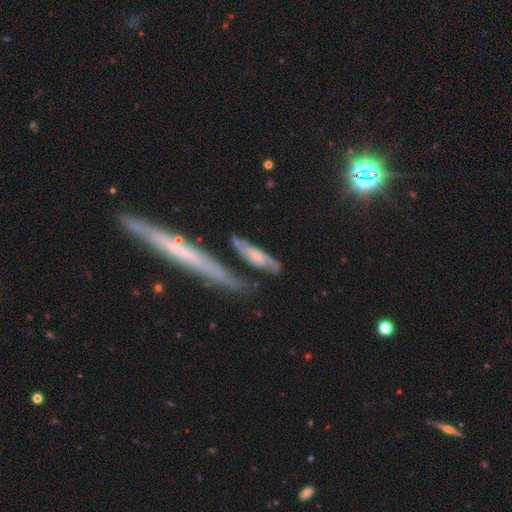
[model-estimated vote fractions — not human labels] Overall: featured or disk (67%). Edge-on disk: no (76%). Bar: no (57%; weak 32%). Spiral arms: yes (88%). Bulge size: small (38%; moderate 35%). Merging: none (57%; minor disturbance 21%).